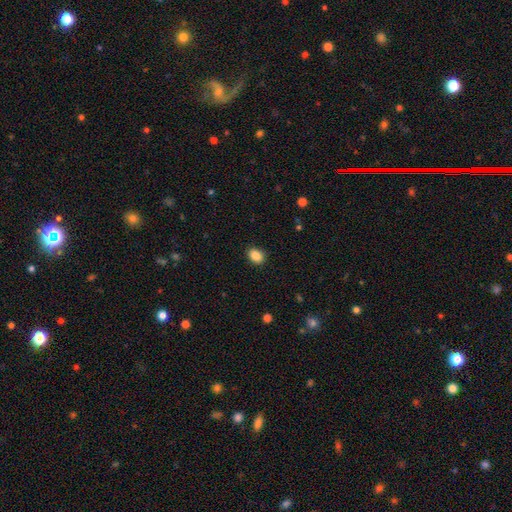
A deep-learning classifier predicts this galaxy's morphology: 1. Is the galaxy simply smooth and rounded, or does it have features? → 86% smooth, 9% star or artifact, 4% featured or disk.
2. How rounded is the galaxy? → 64% in between, 35% round, 1% cigar-shaped.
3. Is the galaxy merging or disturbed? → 89% none, 8% minor disturbance, 2% major disturbance, 1% merger.